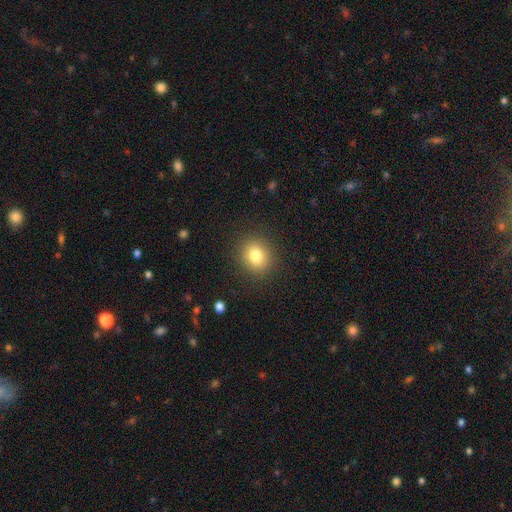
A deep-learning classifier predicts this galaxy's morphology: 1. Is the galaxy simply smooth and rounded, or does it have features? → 80% smooth, 11% star or artifact, 9% featured or disk.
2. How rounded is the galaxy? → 74% round, 25% in between, 1% cigar-shaped.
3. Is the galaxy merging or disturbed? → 89% none, 7% minor disturbance, 3% major disturbance, 1% merger.